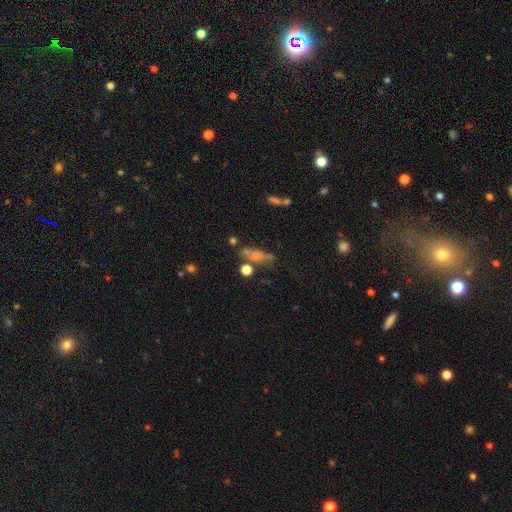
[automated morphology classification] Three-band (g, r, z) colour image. It shows a smooth galaxy with no disk features (52%) that is in between round and cigar-shaped (46%). Merging: none (47%).